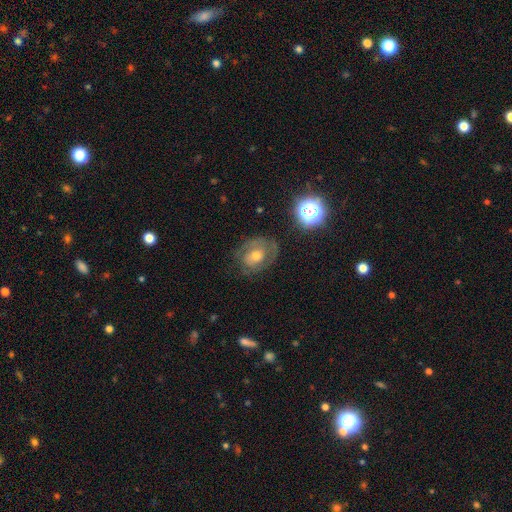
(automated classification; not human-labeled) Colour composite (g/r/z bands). It shows a featured or disk galaxy (58%) with no bar (69%), spiral arms (72%) and a moderate central bulge (65%). Merging: none (65%).